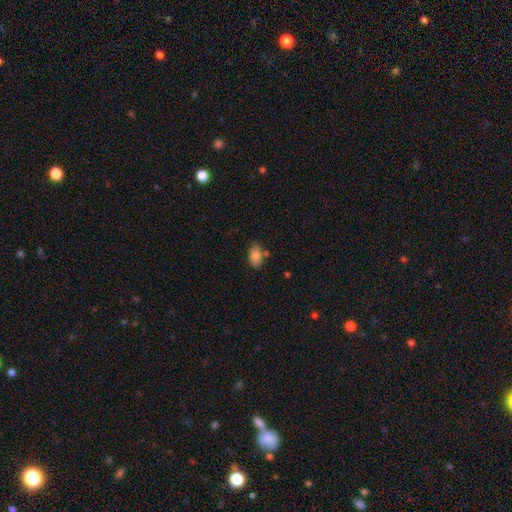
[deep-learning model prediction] A smooth galaxy with no disk features (82%) that is in between round and cigar-shaped (89%). Merging: none (70%).